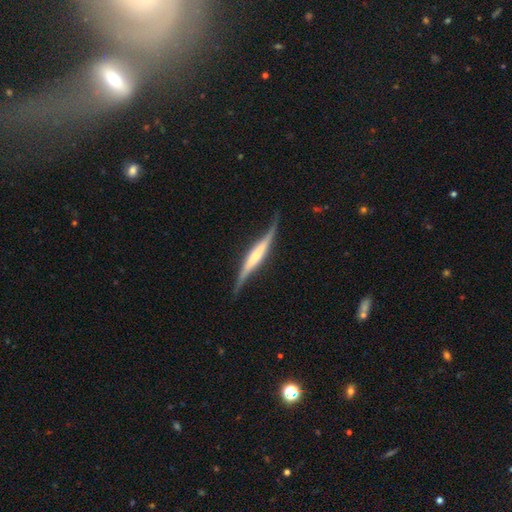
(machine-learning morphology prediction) Overall: featured or disk (72%). Edge-on disk: yes (88%). Edge-on bulge: rounded (41%; none 31%). Merging: none (67%).